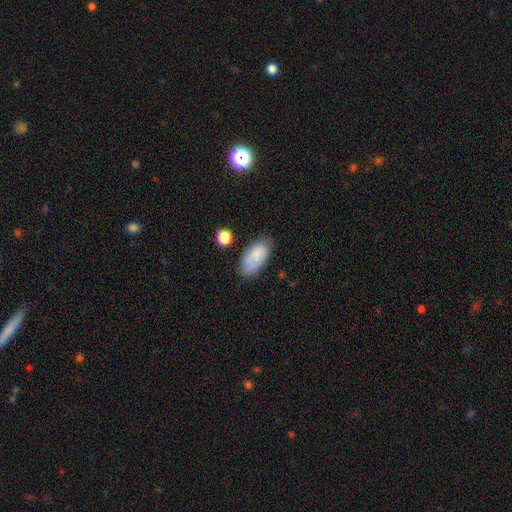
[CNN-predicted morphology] Smooth or featured: smooth — 77% (featured or disk — 15%)
How rounded: in between — 92% (cigar-shaped — 4%)
Merging: none — 66% (minor disturbance — 23%)